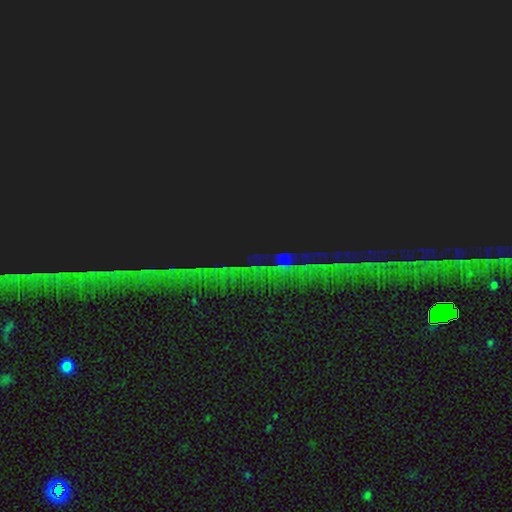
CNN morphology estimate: type=star or artifact (86%).